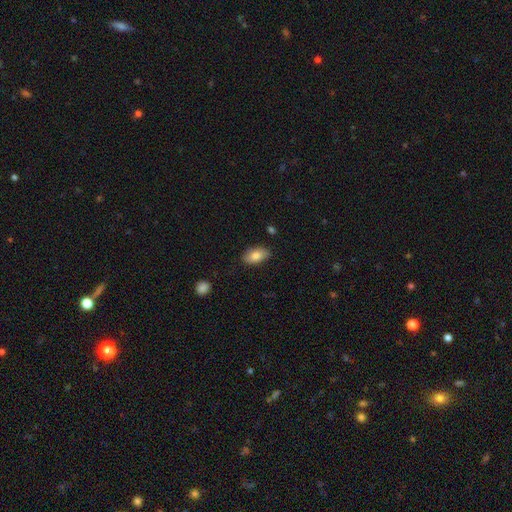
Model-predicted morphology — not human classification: This is clearly a smooth galaxy (83%). How rounded: clearly in between (93%). Merging: clearly none (85%).